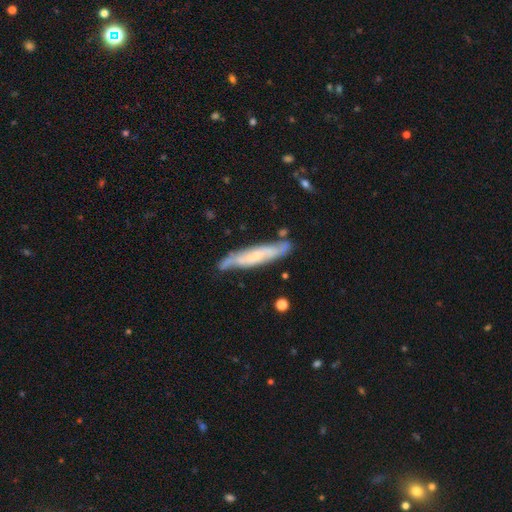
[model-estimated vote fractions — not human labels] This appears to be a featured or disk galaxy (62%) viewed edge-on (56%). Merging: none (73%).